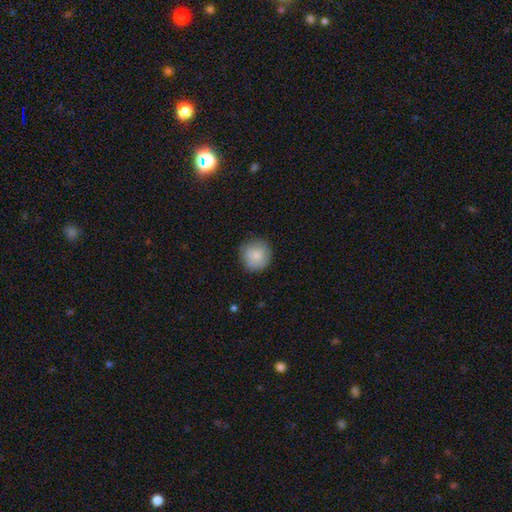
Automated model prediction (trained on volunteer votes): smooth-or-featured: smooth: 84% | featured or disk: 8% | star or artifact: 7%
  how-rounded: round: 93% | in between: 6% | cigar-shaped: 1%
  merging: none: 83% | minor disturbance: 13% | major disturbance: 3% | merger: 1%